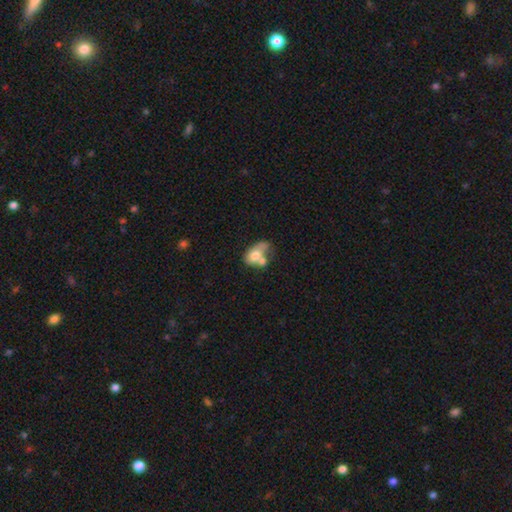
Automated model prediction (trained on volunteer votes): smooth_or_featured: smooth (p=0.63) [alt: featured or disk p=0.28]
how_rounded: in between (p=0.80) [alt: round p=0.19]
merging: merger (p=0.55) [alt: none p=0.18]